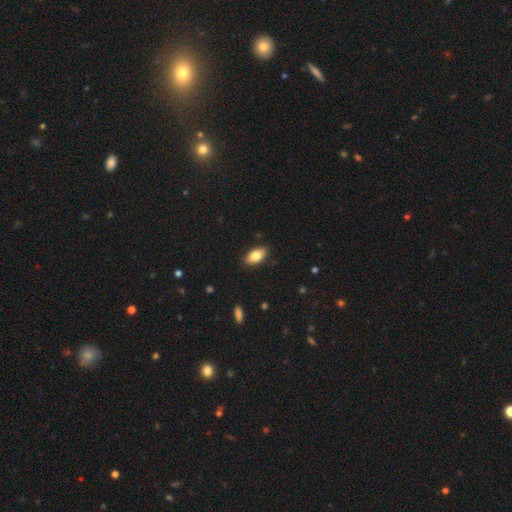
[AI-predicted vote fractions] Q: Smooth or featured?
A: smooth (83%); runner-up: featured or disk (11%)
Q: How rounded?
A: in between (92%); runner-up: cigar-shaped (4%)
Q: Merging?
A: none (88%); runner-up: minor disturbance (9%)